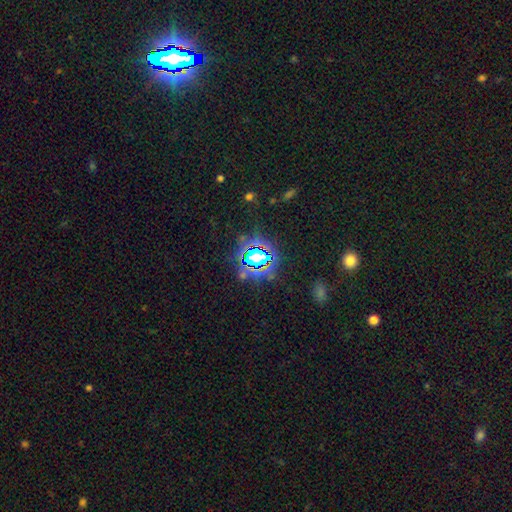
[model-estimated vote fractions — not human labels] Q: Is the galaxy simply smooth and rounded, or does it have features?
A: star or artifact — 70%.